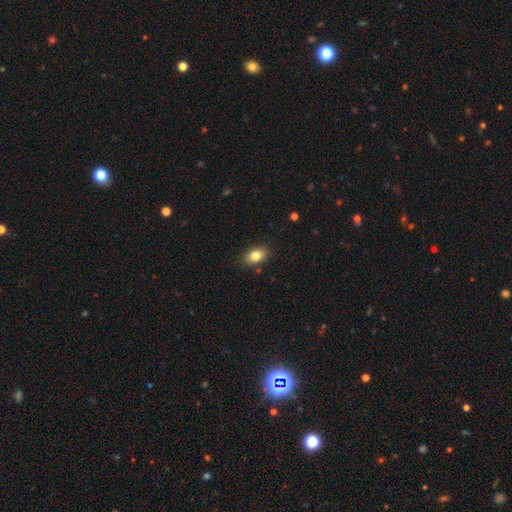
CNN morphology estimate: Smooth or featured? Predicted: smooth (p=0.83). How rounded? Predicted: in between (p=0.87). Merging? Predicted: none (p=0.87).